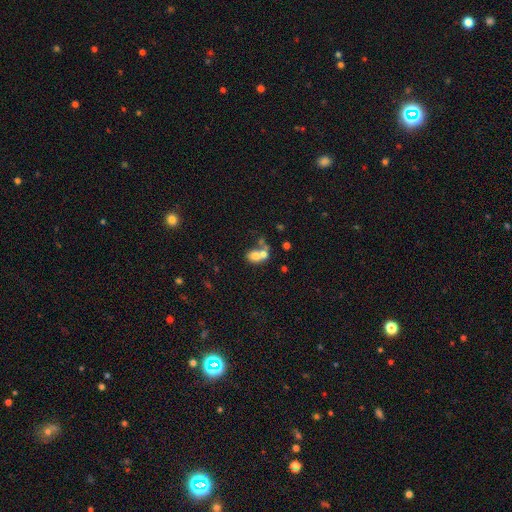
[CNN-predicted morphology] The model was most divided on "how rounded": in between: 62%, round: 37%, cigar-shaped: 1%. More confident: smooth or featured — smooth (67%); merging — merger (62%).